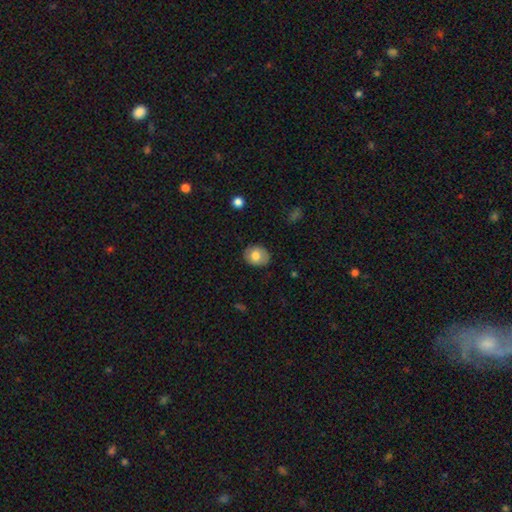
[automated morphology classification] A smooth galaxy with no disk features (75%) that is round (53%). Merging: none (83%).